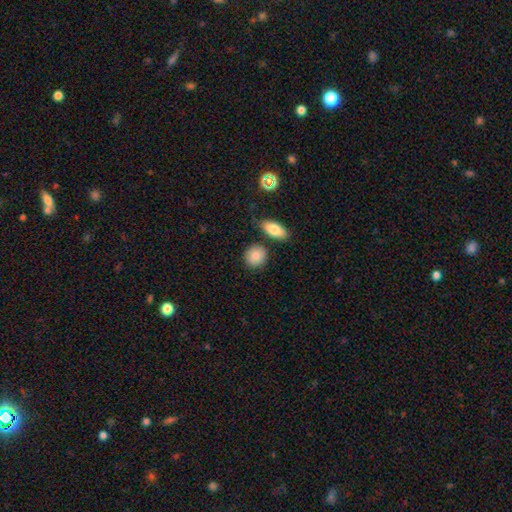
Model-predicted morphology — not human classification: A smooth galaxy with no disk features (85%) that is round (74%).

Vote fractions:
- Smooth or featured? smooth: 85% / featured or disk: 7% / star or artifact: 7%
- How rounded? round: 74% / in between: 25% / cigar-shaped: 2%
- Merging? none: 77% / minor disturbance: 11% / merger: 9% / major disturbance: 3%